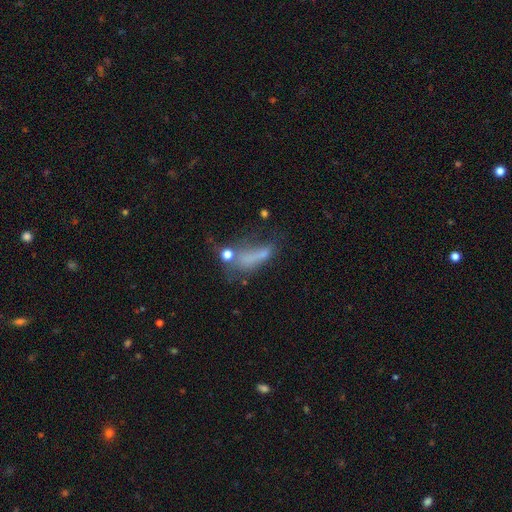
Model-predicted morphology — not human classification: A smooth galaxy with no disk features (49%).

Vote fractions:
- Smooth or featured? smooth: 49% / featured or disk: 30% / star or artifact: 21%
- Merging? major disturbance: 31% / none: 30% / merger: 20% / minor disturbance: 19%